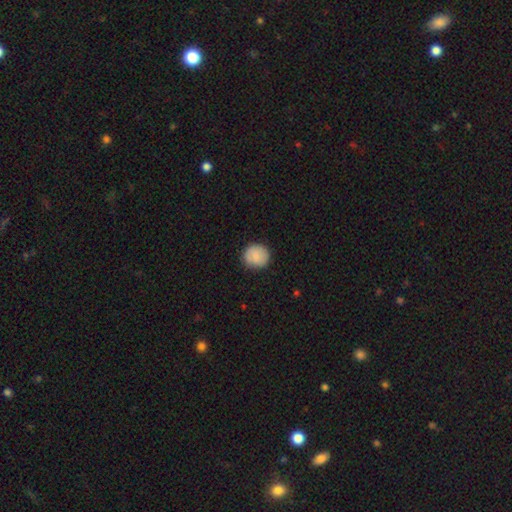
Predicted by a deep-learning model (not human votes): Smooth or featured: smooth — 86% (star or artifact — 7%)
How rounded: round — 88% (in between — 11%)
Merging: none — 86% (minor disturbance — 11%)